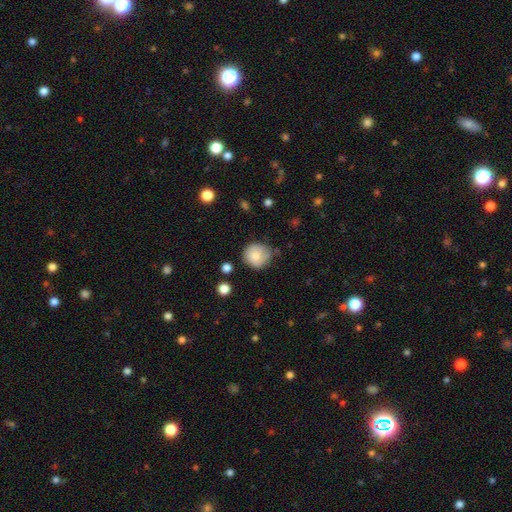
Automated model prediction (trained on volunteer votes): Morphology: type=smooth (78%); roundness=round (89%); merging=none (64%).